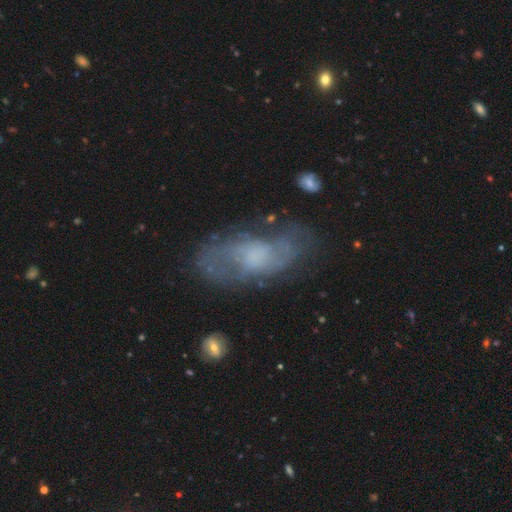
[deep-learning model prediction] Overall: featured or disk (64%; smooth 27%). Edge-on disk: no (91%). Bar: no (68%). Spiral arms: yes (70%). Bulge size: none (33%; moderate 28%). Merging: none (62%).